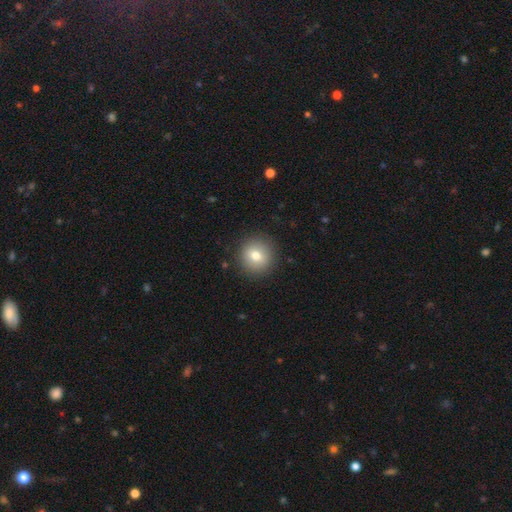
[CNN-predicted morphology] Smooth or featured? Predicted: smooth (p=0.76). How rounded? Predicted: round (p=0.92). Merging? Predicted: none (p=0.90).